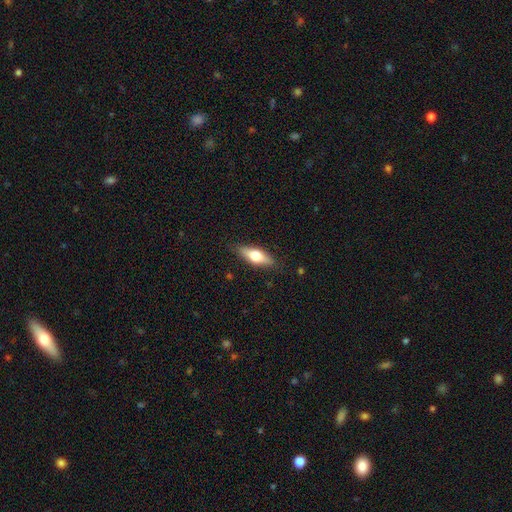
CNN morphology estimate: A smooth galaxy with no disk features (53%) that is in between round and cigar-shaped (56%). Merging: none (86%).